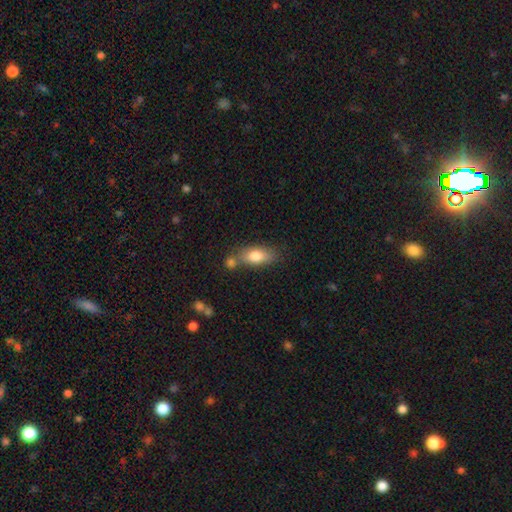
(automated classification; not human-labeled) Smooth or featured? Predicted: smooth (p=0.78). How rounded? Predicted: in between (p=0.81). Merging? Predicted: none (p=0.56).